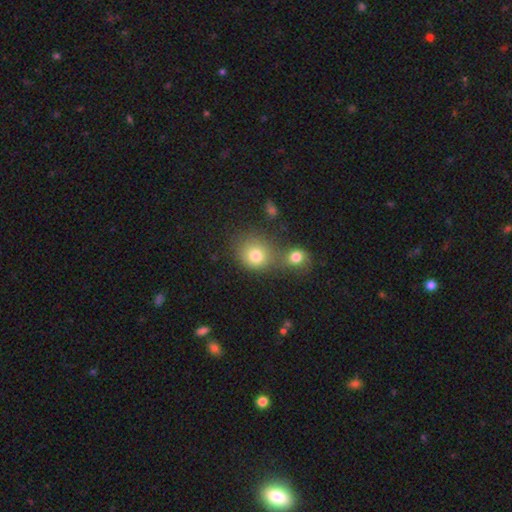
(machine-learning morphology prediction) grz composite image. It shows a smooth galaxy with no disk features (79%) that is round (80%). Merging: none (44%).